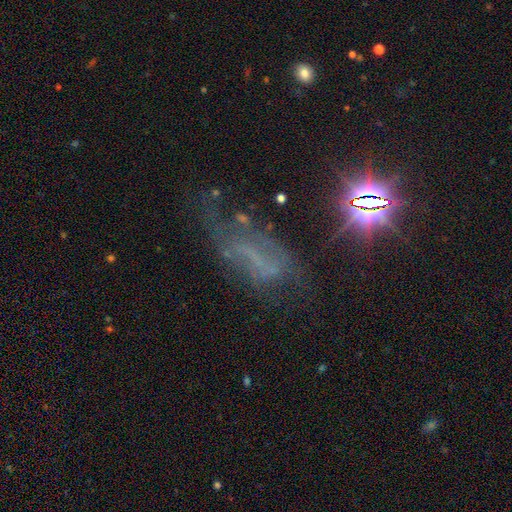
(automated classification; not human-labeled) Morphology: type=featured or disk (43%); merging=none (36%).